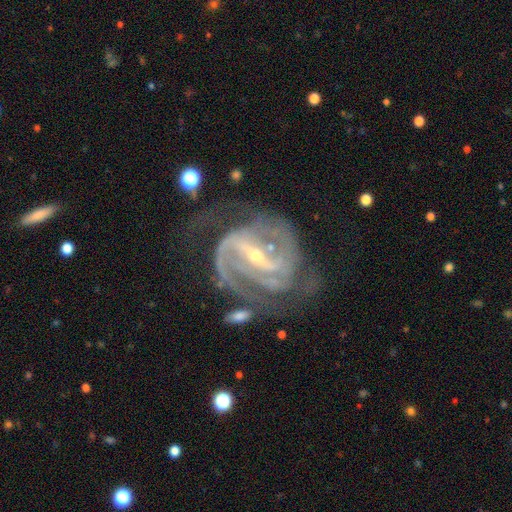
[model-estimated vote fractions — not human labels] Q: Smooth or featured?
A: featured or disk (92%); runner-up: star or artifact (5%)
Q: Edge-on disk?
A: no (97%); runner-up: yes (3%)
Q: Bar?
A: strong (69%); runner-up: weak (23%)
Q: Spiral arms?
A: yes (98%); runner-up: no (2%)
Q: Spiral winding?
A: tight (45%); tied with: medium (45%)
Q: Spiral arm count?
A: 2 (53%); runner-up: 3 (21%)
Q: Bulge size?
A: small (72%); runner-up: moderate (25%)
Q: Merging?
A: none (58%); runner-up: minor disturbance (19%)